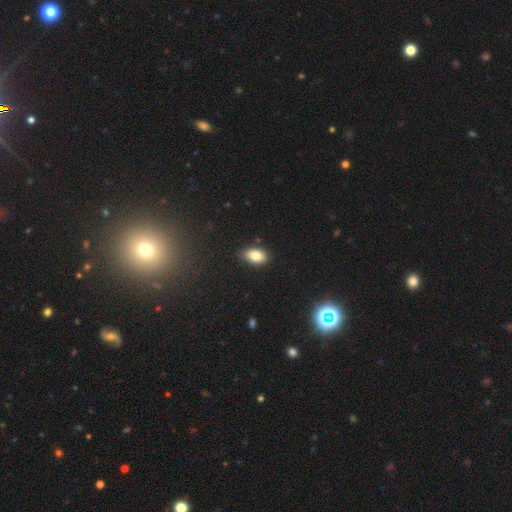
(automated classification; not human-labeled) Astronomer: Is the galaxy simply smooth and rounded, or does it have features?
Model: smooth — 81%.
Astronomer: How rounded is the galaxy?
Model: in between — 91%.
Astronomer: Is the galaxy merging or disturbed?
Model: none — 80%.